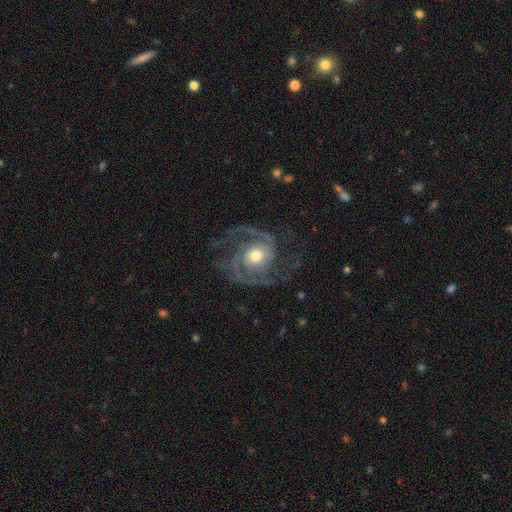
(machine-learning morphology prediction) Smooth or featured?
  - featured or disk: 91% *
  - smooth: 5%
  - star or artifact: 4%
Edge-on disk?
  - no: 98% *
  - yes: 2%
Bar?
  - no: 72% *
  - weak: 22%
  - strong: 6%
Spiral arms?
  - yes: 98% *
  - no: 2%
Spiral winding?
  - medium: 51% *
  - tight: 34%
  - loose: 15%
Spiral arm count?
  - 2: 57% *
  - 3: 22%
  - can't tell: 7%
  - 1: 5%
  - 4: 5%
  - more than 4: 4%
Bulge size?
  - moderate: 70% *
  - large: 16%
  - small: 11%
  - dominant: 1%
  - none: 1%
Merging?
  - none: 68% *
  - minor disturbance: 16%
  - major disturbance: 15%
  - merger: 1%